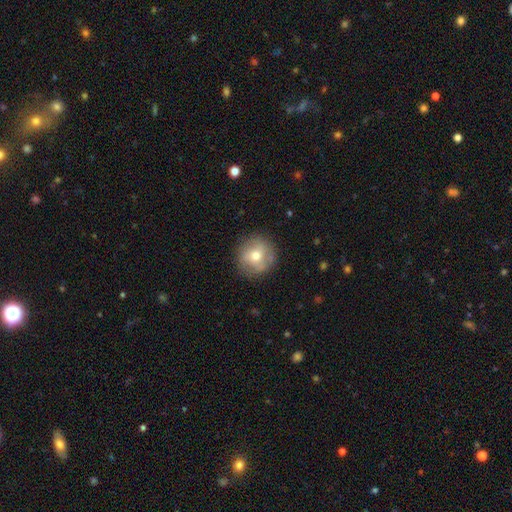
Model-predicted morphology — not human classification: A smooth galaxy with no disk features (56%) that is round (92%). Merging: none (82%).